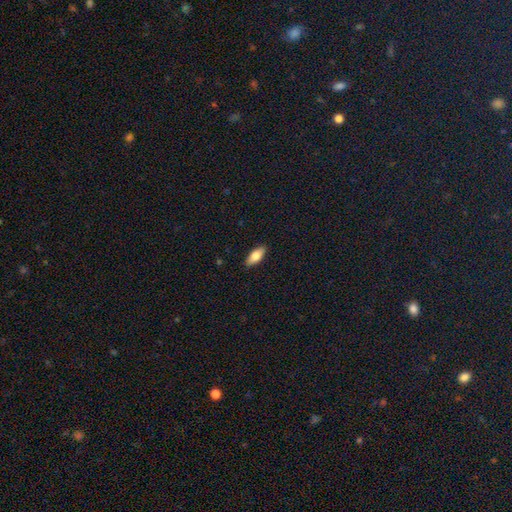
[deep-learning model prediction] Smooth or featured?
  - smooth: 78% *
  - featured or disk: 16%
  - star or artifact: 6%
How rounded?
  - in between: 82% *
  - cigar-shaped: 16%
  - round: 2%
Merging?
  - none: 89% *
  - minor disturbance: 8%
  - major disturbance: 2%
  - merger: 1%